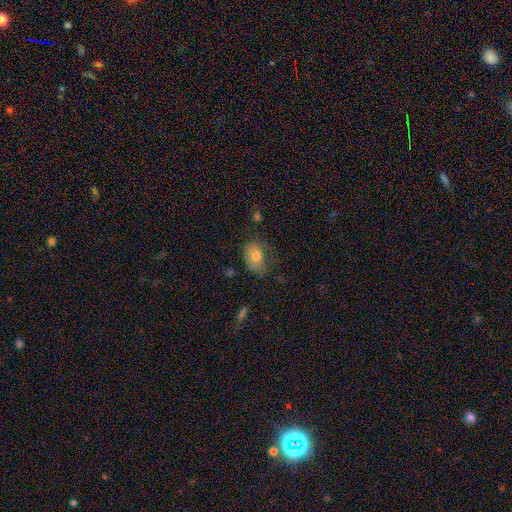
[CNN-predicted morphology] This appears to be a smooth galaxy with no disk features (73%) that is in between round and cigar-shaped (76%). Merging: none (55%).